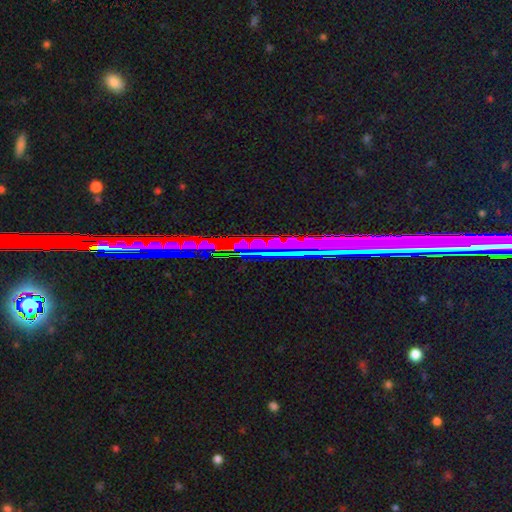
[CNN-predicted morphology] smooth_or_featured: star or artifact (p=0.77) [alt: featured or disk p=0.14]